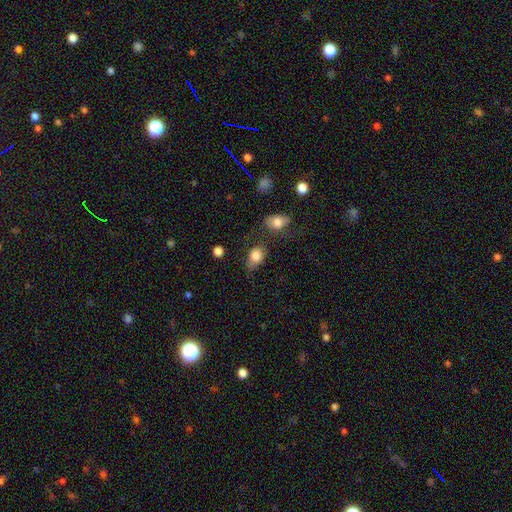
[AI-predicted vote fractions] Q: Smooth or featured?
A: smooth (82%); runner-up: featured or disk (10%)
Q: How rounded?
A: in between (71%); runner-up: round (27%)
Q: Merging?
A: none (53%); runner-up: minor disturbance (27%)